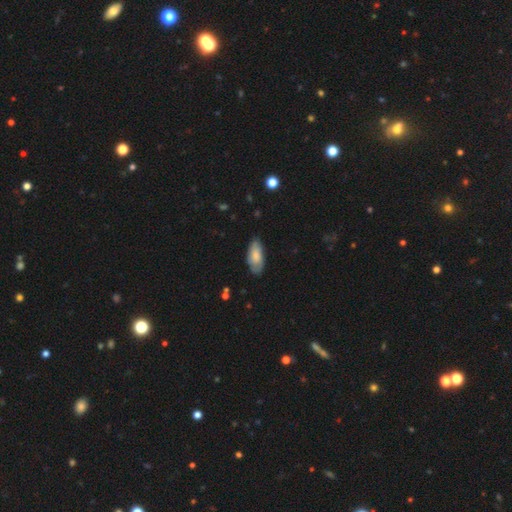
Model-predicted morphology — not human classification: Smooth or featured?
  - smooth: 74% *
  - featured or disk: 20%
  - star or artifact: 6%
How rounded?
  - in between: 88% *
  - cigar-shaped: 10%
  - round: 2%
Merging?
  - none: 73% *
  - minor disturbance: 21%
  - major disturbance: 4%
  - merger: 1%